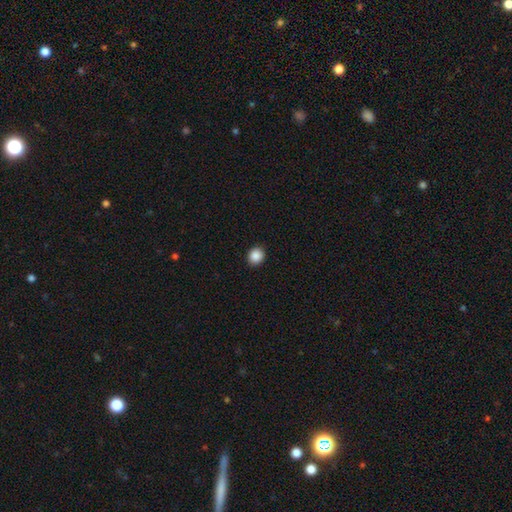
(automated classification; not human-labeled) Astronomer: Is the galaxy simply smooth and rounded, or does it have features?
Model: smooth — 88%.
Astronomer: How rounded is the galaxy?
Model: round — 81%.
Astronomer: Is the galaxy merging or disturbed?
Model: none — 92%.